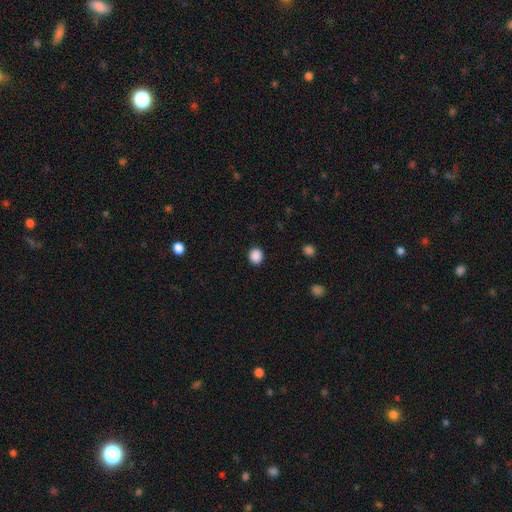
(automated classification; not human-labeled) Smooth or featured: smooth — 88% (star or artifact — 9%)
How rounded: round — 72% (in between — 27%)
Merging: none — 91% (minor disturbance — 6%)